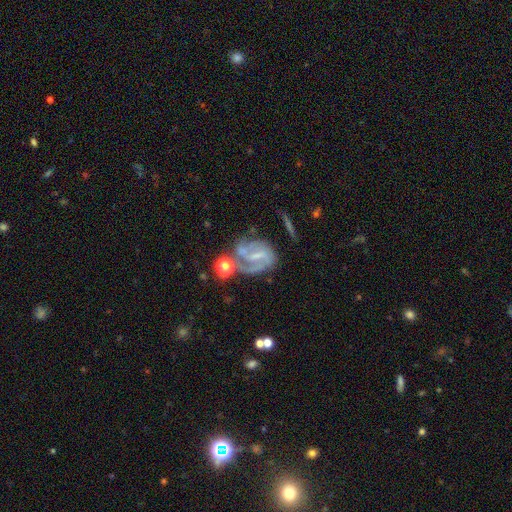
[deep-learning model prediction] Smooth or featured? featured or disk (81%)
Edge-on disk? no (97%)
Bar? weak (46%)
Spiral arms? yes (91%)
Spiral winding? medium (46%)
Spiral arm count? 2 (61%)
Bulge size? small (52%)
Merging? none (47%)